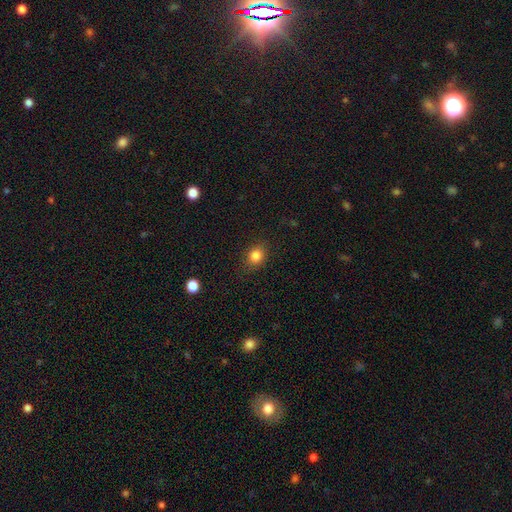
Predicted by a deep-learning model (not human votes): The model was most divided on "how rounded": round: 55%, in between: 44%, cigar-shaped: 1%. More confident: merging — none (85%); smooth or featured — smooth (83%).